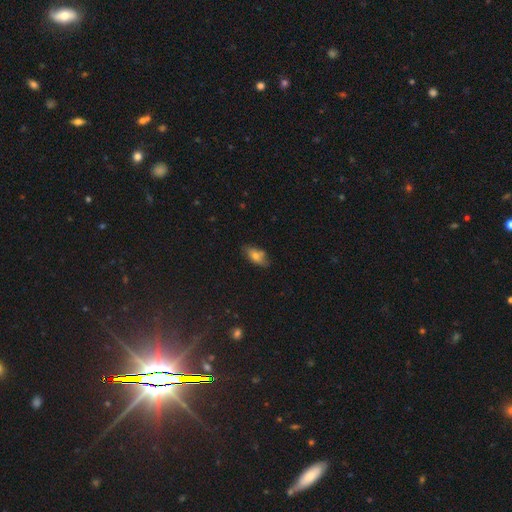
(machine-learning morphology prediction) Smooth or featured: smooth — 63% (featured or disk — 26%)
How rounded: in between — 85% (cigar-shaped — 10%)
Merging: none — 71% (minor disturbance — 20%)